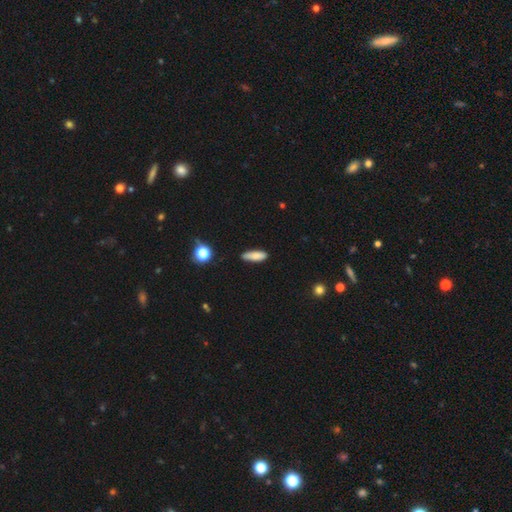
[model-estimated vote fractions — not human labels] Smooth or featured: smooth — 82% (featured or disk — 10%)
How rounded: in between — 54% (cigar-shaped — 44%)
Merging: none — 79% (minor disturbance — 17%)